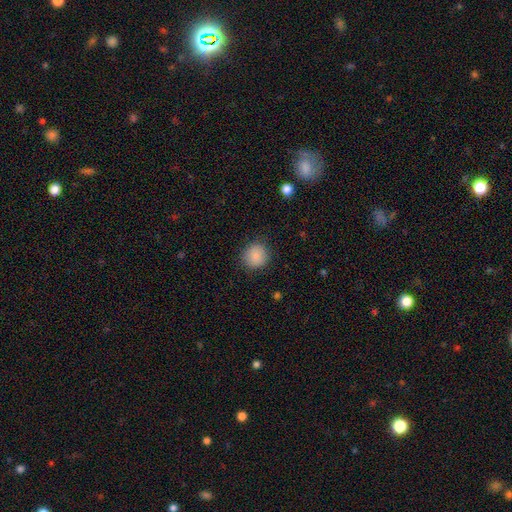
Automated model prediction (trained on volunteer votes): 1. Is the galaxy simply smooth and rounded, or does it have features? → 87% smooth, 8% star or artifact, 4% featured or disk.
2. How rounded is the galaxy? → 90% round, 10% in between, 1% cigar-shaped.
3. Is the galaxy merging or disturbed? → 87% none, 9% minor disturbance, 3% major disturbance, 1% merger.